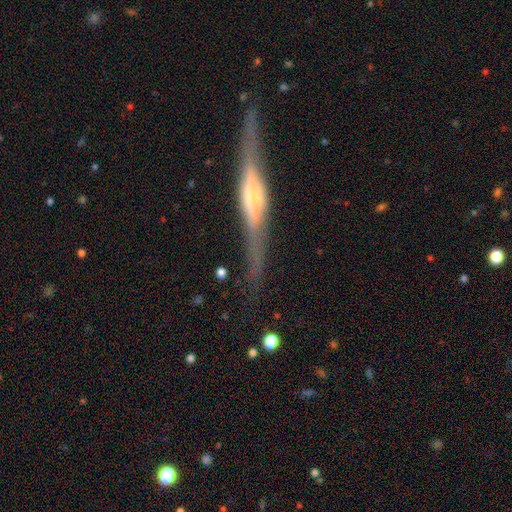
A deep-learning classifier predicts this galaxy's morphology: Smooth or featured?
  - featured or disk: 84% *
  - smooth: 10%
  - star or artifact: 6%
Edge-on disk?
  - yes: 96% *
  - no: 4%
Edge-on bulge?
  - rounded: 56% *
  - boxy: 35%
  - none: 9%
Merging?
  - none: 86% *
  - minor disturbance: 10%
  - major disturbance: 3%
  - merger: 1%